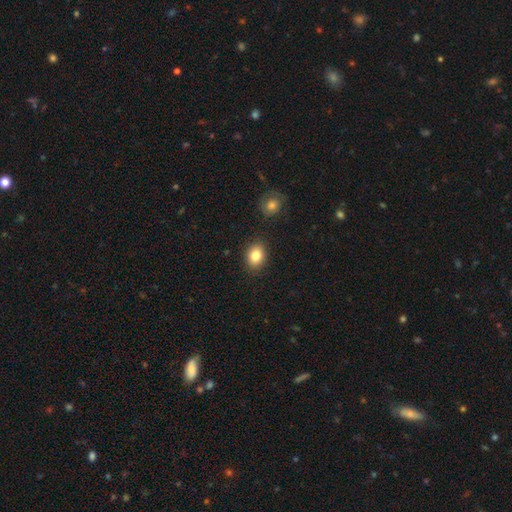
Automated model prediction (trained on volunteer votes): This is clearly a smooth galaxy (84%). How rounded: possibly in between (60%). Merging: clearly none (86%).